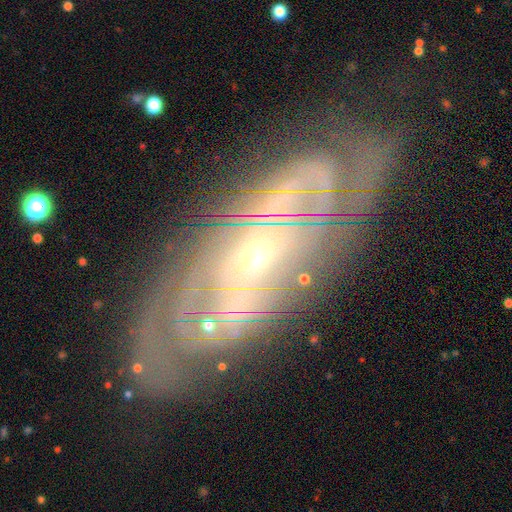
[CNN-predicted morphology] Smooth or featured? Predicted: featured or disk (p=0.86). Edge-on disk? Predicted: no (p=0.87). Bar? Predicted: no (p=0.67). Spiral arms? Predicted: yes (p=0.91). Spiral winding? Predicted: tight (p=0.74). Spiral arm count? Predicted: can't tell (p=0.46). Bulge size? Predicted: small (p=0.73). Merging? Predicted: none (p=0.79).